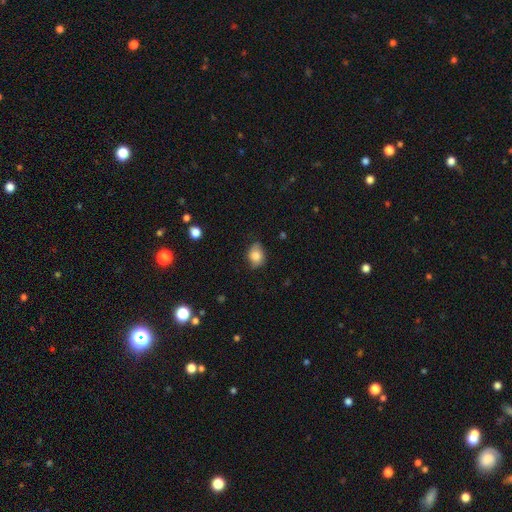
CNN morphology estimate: A smooth galaxy with no disk features (80%) that is in between round and cigar-shaped (62%).

Vote fractions:
- Smooth or featured? smooth: 80% / featured or disk: 12% / star or artifact: 8%
- How rounded? in between: 62% / round: 36% / cigar-shaped: 1%
- Merging? none: 68% / minor disturbance: 25% / major disturbance: 5% / merger: 1%